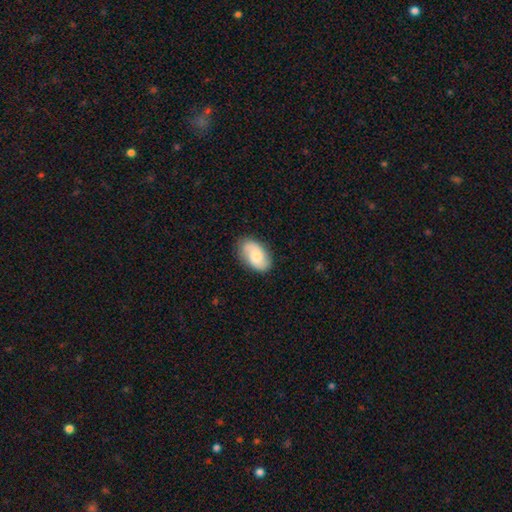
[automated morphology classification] Smooth or featured? Predicted: smooth (p=0.54). How rounded? Predicted: in between (p=0.92). Merging? Predicted: none (p=0.81).